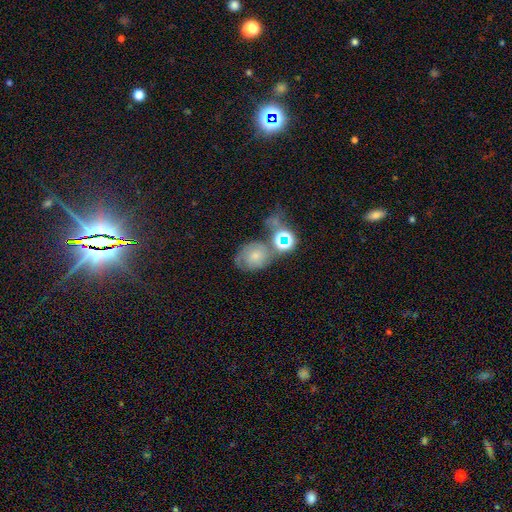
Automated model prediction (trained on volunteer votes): Overall: featured or disk (41%, tied with smooth). Merging: none (41%; merger 23%).